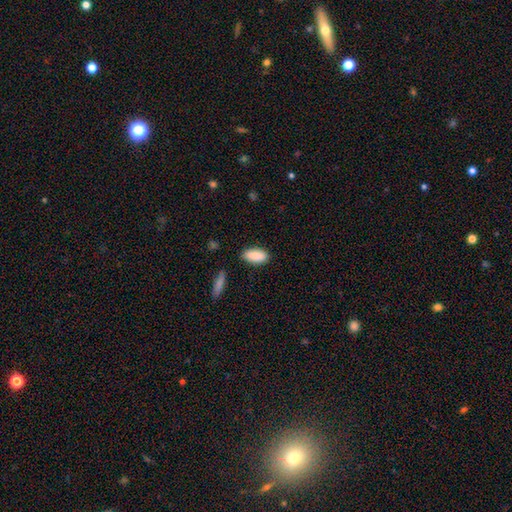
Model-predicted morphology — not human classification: Smooth or featured: smooth — 88% (star or artifact — 6%)
How rounded: in between — 86% (cigar-shaped — 12%)
Merging: none — 84% (minor disturbance — 11%)